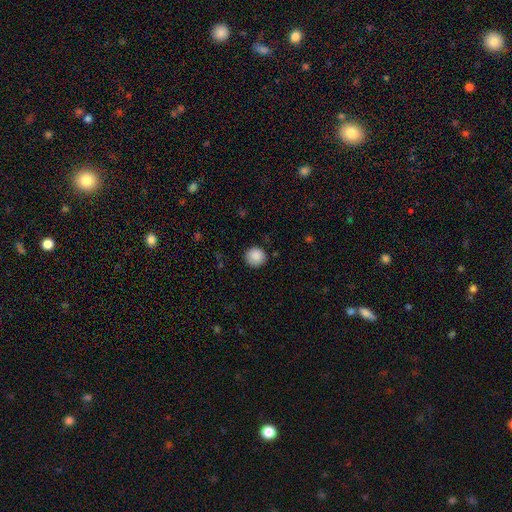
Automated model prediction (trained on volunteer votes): This appears to be a smooth galaxy with no disk features (88%) that is round (91%). Merging: none (85%).